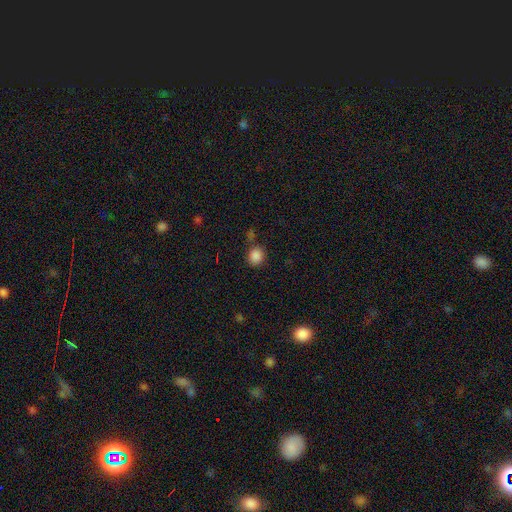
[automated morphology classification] A smooth galaxy with no disk features (86%) that is round (82%). Merging: none (74%).